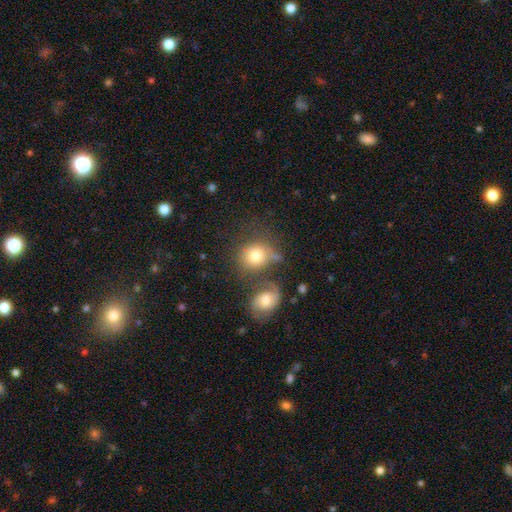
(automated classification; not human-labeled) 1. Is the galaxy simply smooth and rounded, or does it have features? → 73% smooth, 18% featured or disk, 9% star or artifact.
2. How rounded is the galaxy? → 73% round, 26% in between, 1% cigar-shaped.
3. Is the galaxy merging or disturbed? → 44% none, 30% merger, 15% minor disturbance, 11% major disturbance.